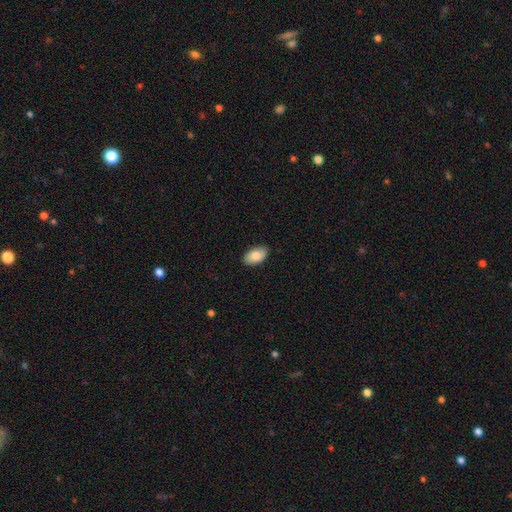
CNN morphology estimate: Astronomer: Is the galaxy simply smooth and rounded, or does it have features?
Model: smooth — 86%.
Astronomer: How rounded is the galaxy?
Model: in between — 95%.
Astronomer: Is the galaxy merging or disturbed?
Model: none — 87%.